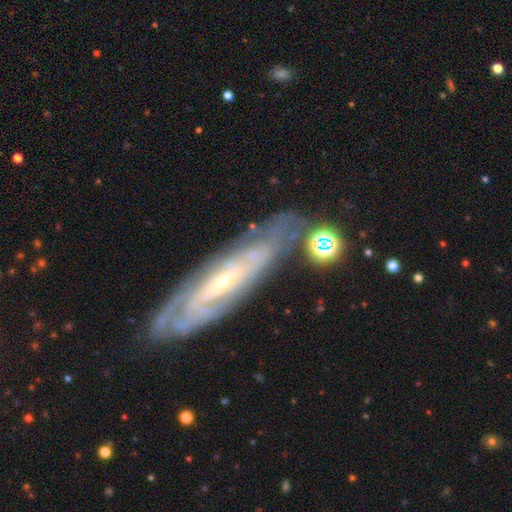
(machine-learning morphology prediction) Smooth or featured? Predicted: featured or disk (p=0.78). Edge-on disk? Predicted: no (p=0.71). Bar? Predicted: no (p=0.47). Spiral arms? Predicted: yes (p=0.85). Bulge size? Predicted: small (p=0.68). Merging? Predicted: none (p=0.67).